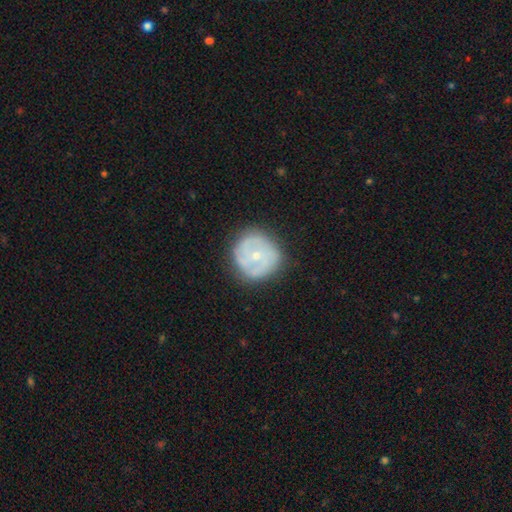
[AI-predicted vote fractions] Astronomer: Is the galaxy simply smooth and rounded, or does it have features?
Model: featured or disk — 62%.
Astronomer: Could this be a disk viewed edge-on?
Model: no — 97%.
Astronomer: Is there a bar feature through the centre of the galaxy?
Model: no — 76%.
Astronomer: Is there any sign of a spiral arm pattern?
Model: yes — 66%.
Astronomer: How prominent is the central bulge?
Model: small — 67%.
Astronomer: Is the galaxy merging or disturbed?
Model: none — 76%.